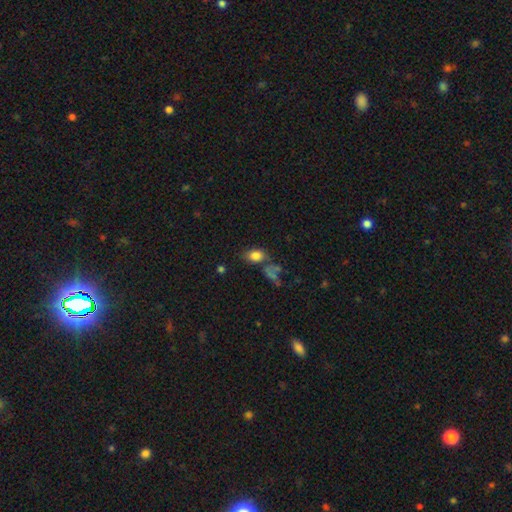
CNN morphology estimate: smooth-or-featured: smooth: 79% | star or artifact: 12% | featured or disk: 9%
  how-rounded: in between: 81% | round: 17% | cigar-shaped: 2%
  merging: none: 54% | minor disturbance: 18% | merger: 17% | major disturbance: 11%